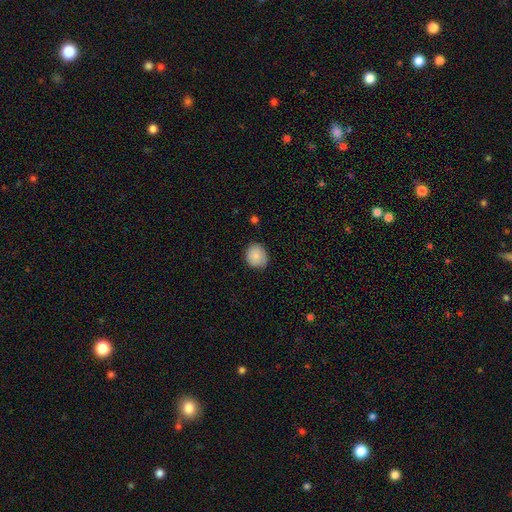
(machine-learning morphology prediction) The model was most divided on "how rounded": round: 70%, in between: 29%, cigar-shaped: 1%. More confident: smooth or featured — smooth (85%); merging — none (80%).